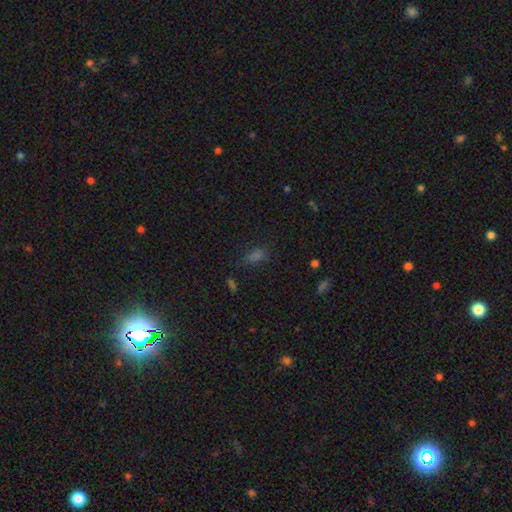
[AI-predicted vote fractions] Smooth or featured? Predicted: smooth (p=0.61). How rounded? Predicted: in between (p=0.79). Merging? Predicted: none (p=0.74).